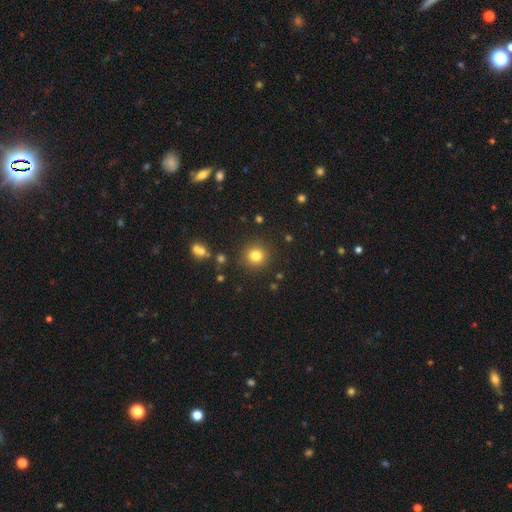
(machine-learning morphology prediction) smooth 81%, star or artifact 13%, featured or disk 6%. Down the decision tree: how rounded — round (91%); merging — none (89%).